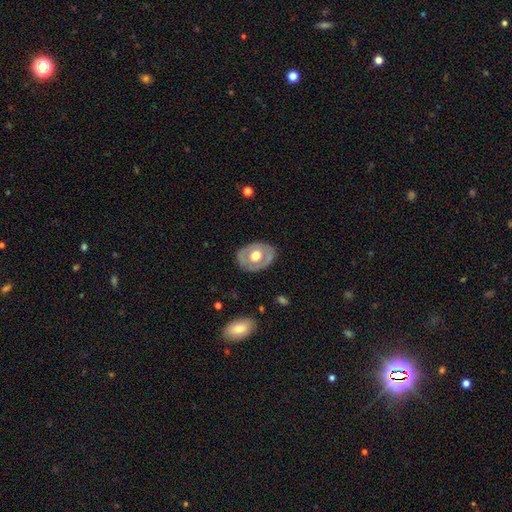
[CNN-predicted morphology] Overall: featured or disk (51%; smooth 43%). Edge-on disk: no (92%). Merging: none (80%).